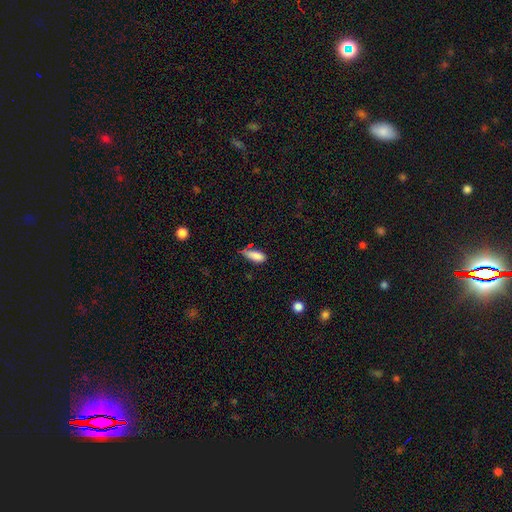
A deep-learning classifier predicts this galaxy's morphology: smooth-or-featured: smooth: 85% | star or artifact: 8% | featured or disk: 7%
  how-rounded: in between: 78% | cigar-shaped: 20% | round: 2%
  merging: none: 47% | minor disturbance: 38% | major disturbance: 9% | merger: 6%